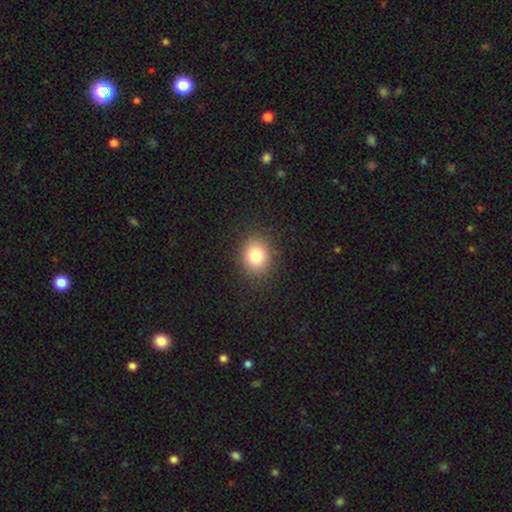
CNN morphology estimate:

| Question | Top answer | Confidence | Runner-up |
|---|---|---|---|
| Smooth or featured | smooth | 81% | star or artifact (12%) |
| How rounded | round | 69% | in between (30%) |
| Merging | none | 89% | minor disturbance (8%) |